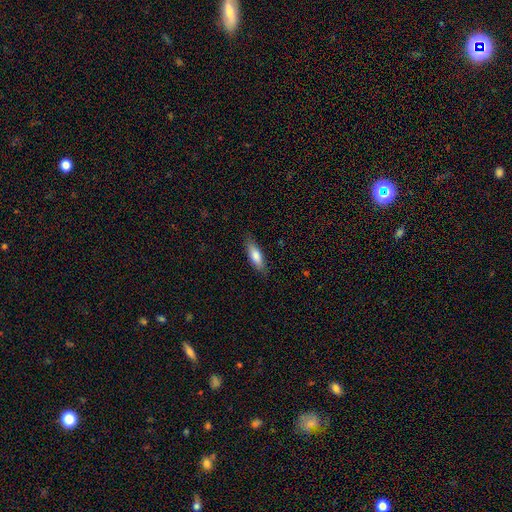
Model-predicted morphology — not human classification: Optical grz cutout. It shows a smooth galaxy with no disk features (78%) that is in between round and cigar-shaped (56%). Merging: none (83%).